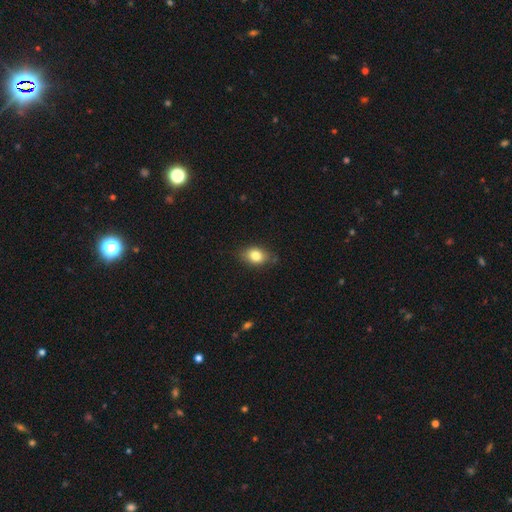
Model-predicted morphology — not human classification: Smooth or featured? smooth (80%)
How rounded? in between (76%)
Merging? none (77%)